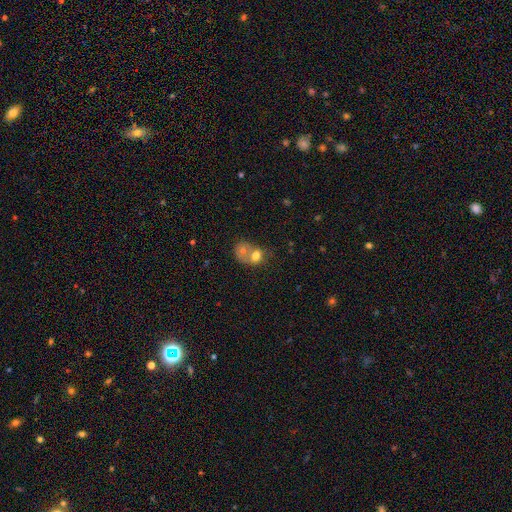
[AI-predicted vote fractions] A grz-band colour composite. It shows a smooth galaxy with no disk features (66%) that is round (54%). Merging: merger (74%).